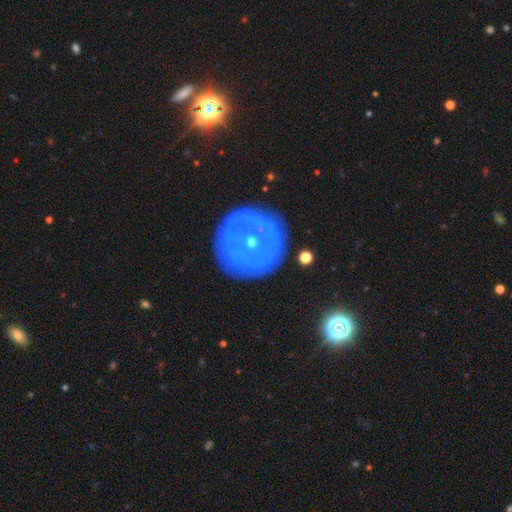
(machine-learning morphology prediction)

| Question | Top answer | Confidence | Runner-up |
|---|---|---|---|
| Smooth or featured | featured or disk | 64% | smooth (26%) |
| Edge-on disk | no | 90% | yes (10%) |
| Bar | no | 70% | weak (16%) |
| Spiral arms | no | 82% | yes (18%) |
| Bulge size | moderate | 69% | small (23%) |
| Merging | none | 82% | minor disturbance (11%) |